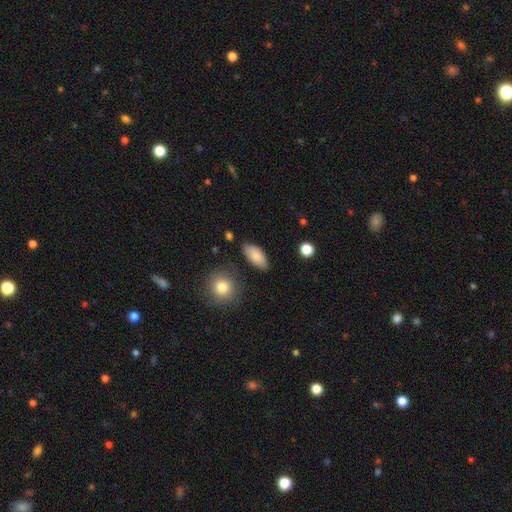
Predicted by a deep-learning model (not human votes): Q: Smooth or featured?
A: smooth (83%); runner-up: featured or disk (11%)
Q: How rounded?
A: in between (88%); runner-up: cigar-shaped (9%)
Q: Merging?
A: none (81%); runner-up: minor disturbance (14%)